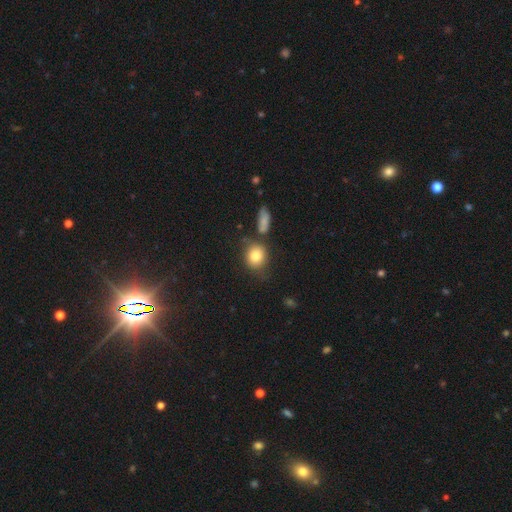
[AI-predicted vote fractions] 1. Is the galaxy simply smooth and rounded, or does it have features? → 82% smooth, 9% featured or disk, 9% star or artifact.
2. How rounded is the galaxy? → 65% round, 33% in between, 1% cigar-shaped.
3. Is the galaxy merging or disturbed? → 65% none, 16% minor disturbance, 13% merger, 6% major disturbance.